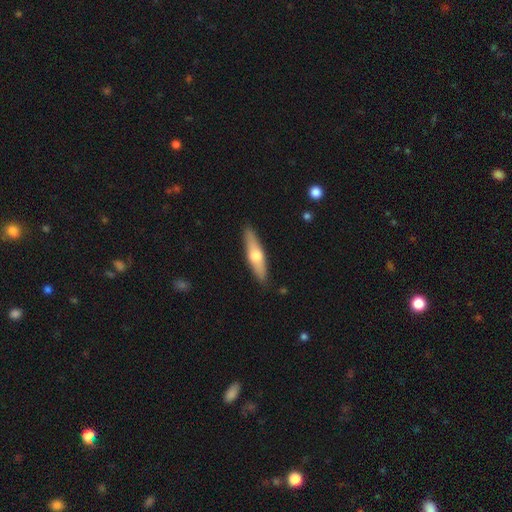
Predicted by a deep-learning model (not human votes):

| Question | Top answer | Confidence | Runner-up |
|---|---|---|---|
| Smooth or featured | featured or disk | 48% | smooth (47%) |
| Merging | none | 89% | minor disturbance (8%) |